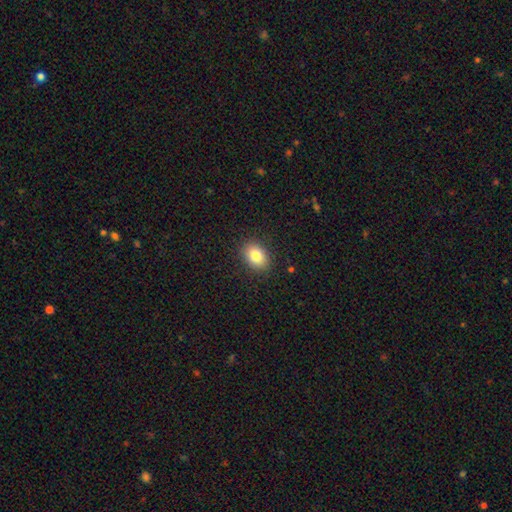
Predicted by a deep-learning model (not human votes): Smooth or featured? Predicted: smooth (p=0.83). How rounded? Predicted: in between (p=0.73). Merging? Predicted: none (p=0.88).